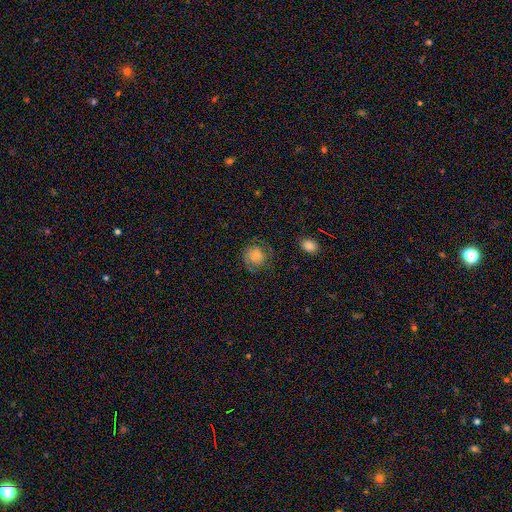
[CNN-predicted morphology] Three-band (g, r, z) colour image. It shows a smooth galaxy with no disk features (61%) that is round (83%). Merging: none (67%).